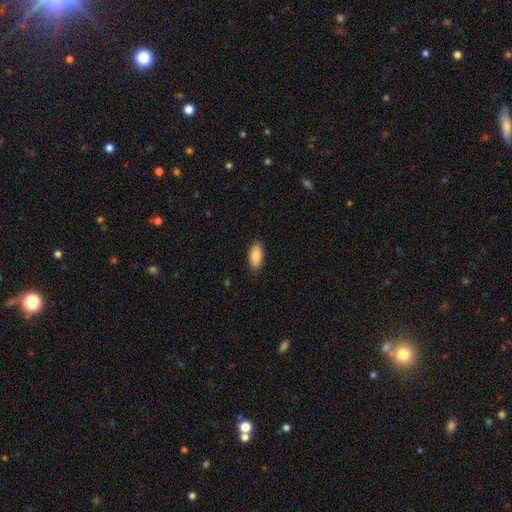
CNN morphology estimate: type=smooth (87%); roundness=in between (89%); merging=none (86%).